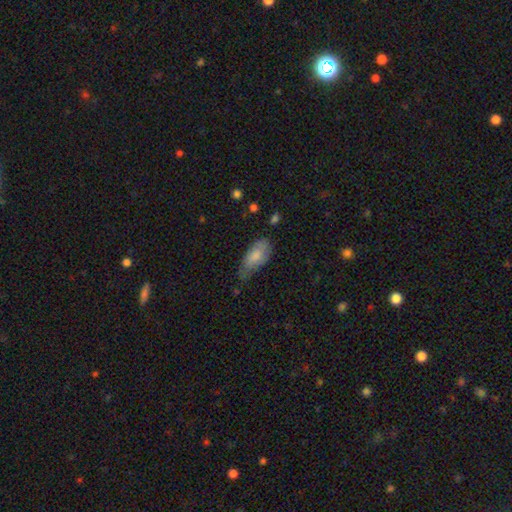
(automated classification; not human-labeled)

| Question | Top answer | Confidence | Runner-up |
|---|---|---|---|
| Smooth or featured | smooth | 77% | featured or disk (17%) |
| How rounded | in between | 89% | cigar-shaped (8%) |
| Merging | none | 44% | minor disturbance (42%) |